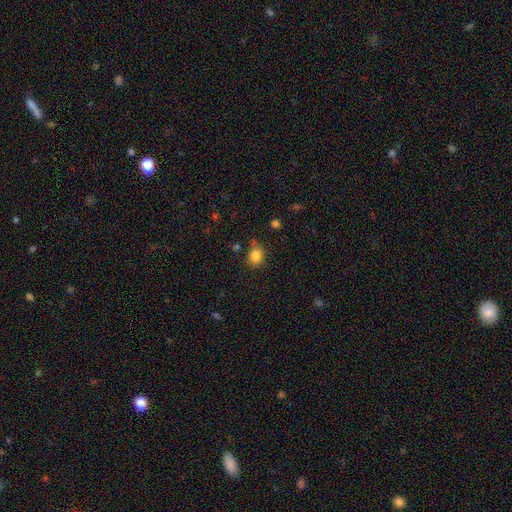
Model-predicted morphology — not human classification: Smooth or featured?
  - smooth: 83% *
  - star or artifact: 11%
  - featured or disk: 6%
How rounded?
  - round: 54% *
  - in between: 45%
  - cigar-shaped: 1%
Merging?
  - none: 64% *
  - minor disturbance: 26%
  - major disturbance: 6%
  - merger: 4%